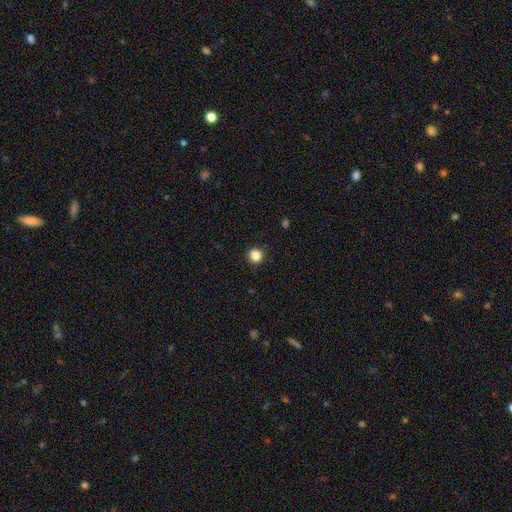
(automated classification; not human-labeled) Morphology: type=smooth (85%); roundness=round (90%); merging=none (91%).